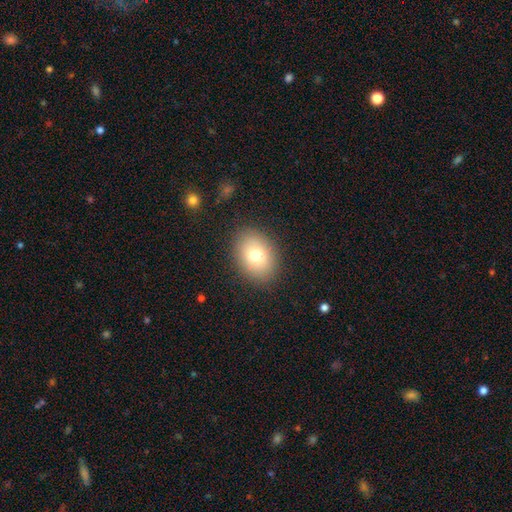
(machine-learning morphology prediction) This is likely a smooth galaxy (75%). How rounded: likely in between (67%). Merging: clearly none (87%).